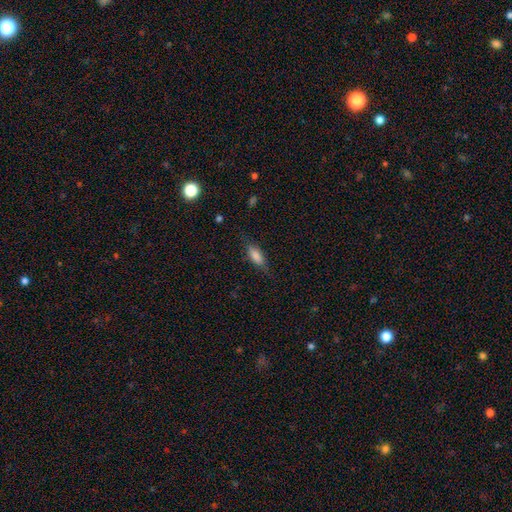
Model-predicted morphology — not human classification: The model was most divided on "how rounded": in between: 65%, cigar-shaped: 33%, round: 3%. More confident: merging — none (75%); smooth or featured — smooth (74%).